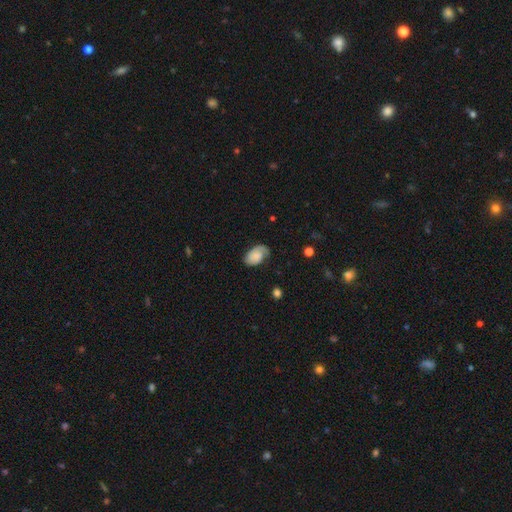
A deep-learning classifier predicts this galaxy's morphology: Smooth or featured? smooth (50%)
How rounded? in between (90%)
Merging? none (63%)